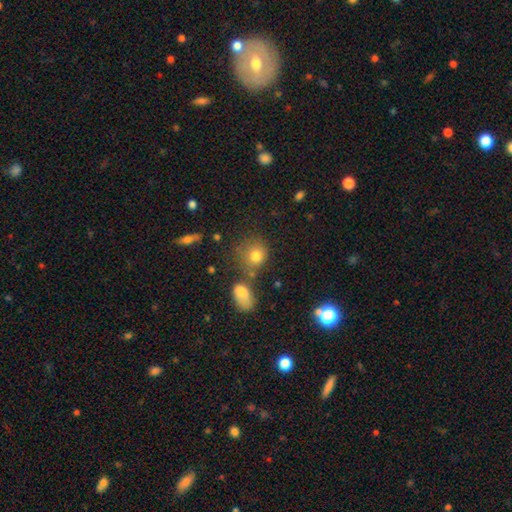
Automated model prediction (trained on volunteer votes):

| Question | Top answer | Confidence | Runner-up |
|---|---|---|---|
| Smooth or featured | smooth | 79% | star or artifact (11%) |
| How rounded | round | 73% | in between (26%) |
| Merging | none | 56% | merger (19%) |